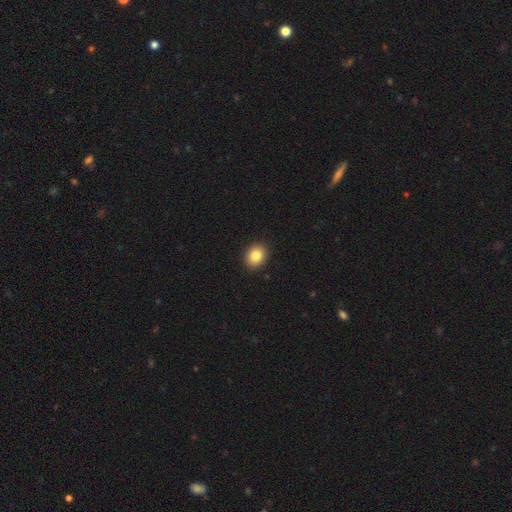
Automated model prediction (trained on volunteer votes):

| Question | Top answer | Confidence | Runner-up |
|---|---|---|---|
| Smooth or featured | smooth | 85% | star or artifact (9%) |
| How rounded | in between | 53% | round (47%) |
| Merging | none | 91% | minor disturbance (6%) |